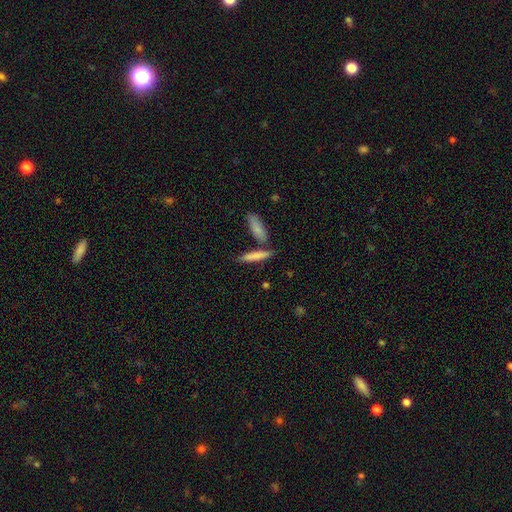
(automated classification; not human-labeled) smooth 77%, featured or disk 17%, star or artifact 6%. Down the decision tree: how rounded — cigar-shaped (81%); merging — none (70%).